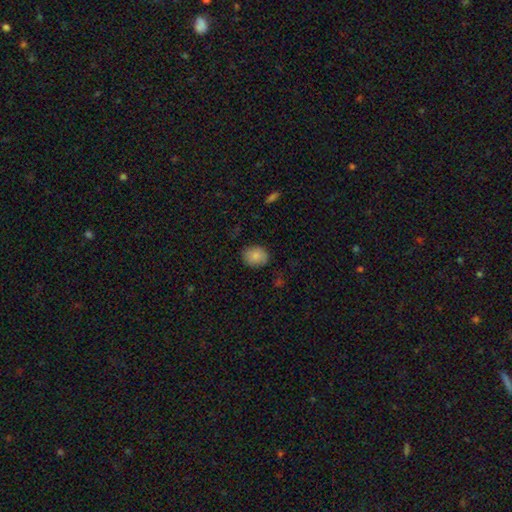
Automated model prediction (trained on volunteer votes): The model was most divided on "how rounded": round: 53%, in between: 46%, cigar-shaped: 1%. More confident: smooth or featured — smooth (85%); merging — none (83%).